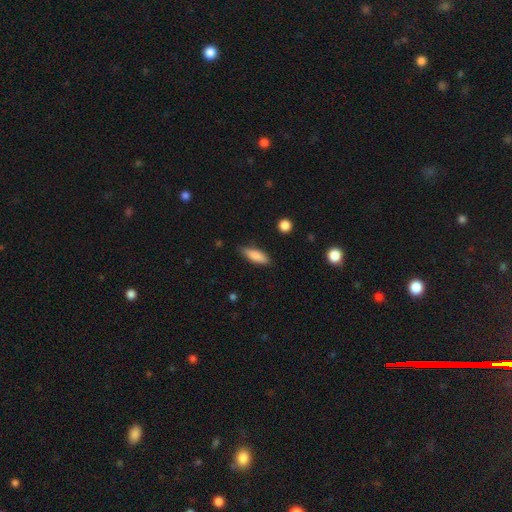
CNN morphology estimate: smooth-or-featured: smooth: 85% | featured or disk: 8% | star or artifact: 7%
  how-rounded: in between: 59% | cigar-shaped: 39% | round: 2%
  merging: none: 80% | minor disturbance: 16% | major disturbance: 3% | merger: 1%